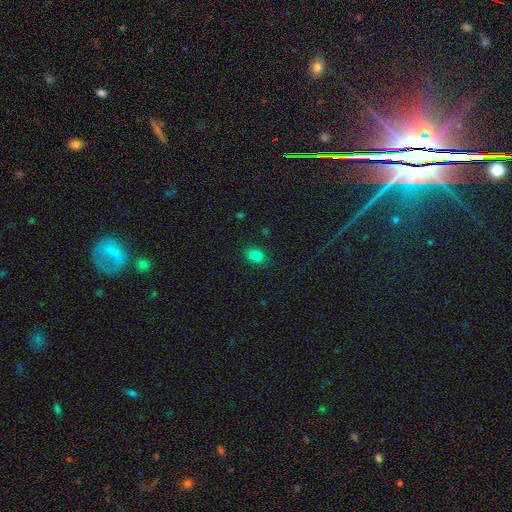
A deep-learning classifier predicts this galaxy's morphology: type=smooth (81%); roundness=in between (68%); merging=none (85%).